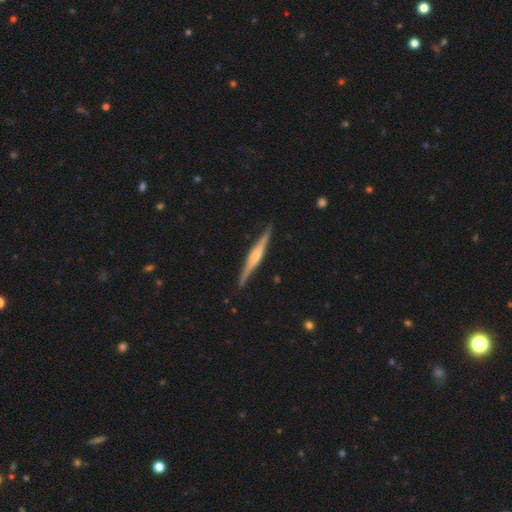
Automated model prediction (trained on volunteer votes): The model was most divided on "edge-on bulge": rounded: 67%, boxy: 22%, none: 11%. More confident: edge-on disk — yes (98%); merging — none (89%); smooth or featured — featured or disk (79%).